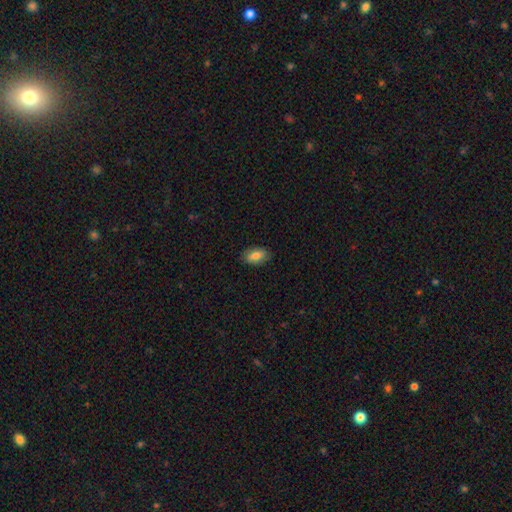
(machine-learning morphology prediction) Smooth or featured: smooth — 80% (featured or disk — 13%)
How rounded: in between — 91% (round — 6%)
Merging: none — 85% (minor disturbance — 12%)